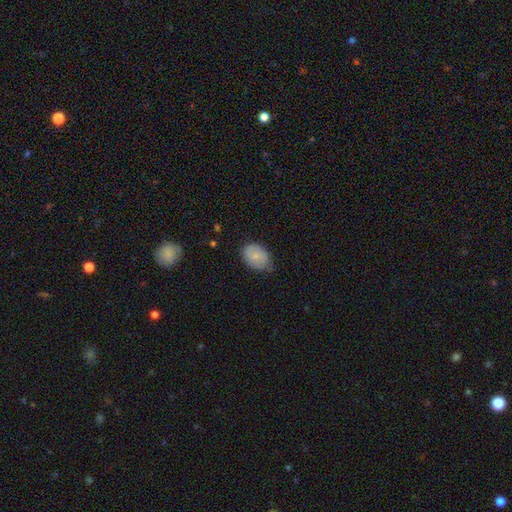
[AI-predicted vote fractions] The model was most divided on "merging": none: 60%, minor disturbance: 33%, major disturbance: 6%, merger: 1%. More confident: how rounded — in between (75%); smooth or featured — smooth (68%).